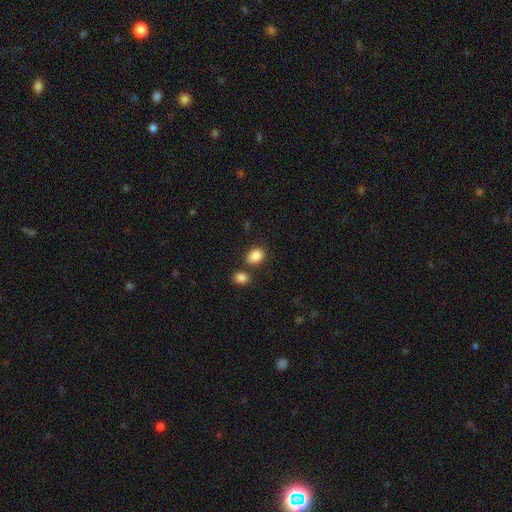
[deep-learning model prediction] Smooth or featured?
  - smooth: 86% *
  - star or artifact: 9%
  - featured or disk: 5%
How rounded?
  - in between: 62% *
  - round: 37%
  - cigar-shaped: 1%
Merging?
  - none: 66% *
  - merger: 17%
  - minor disturbance: 13%
  - major disturbance: 4%